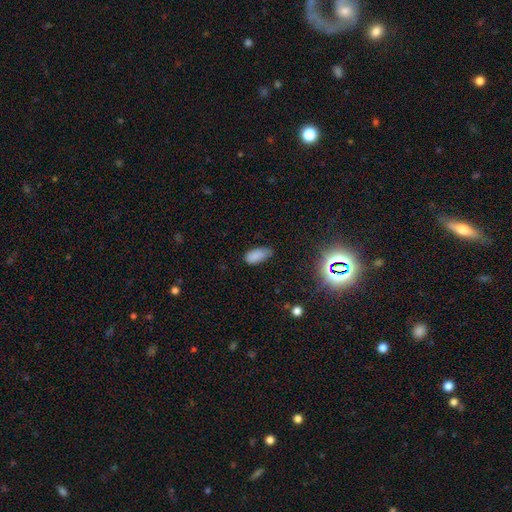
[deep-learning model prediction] Smooth or featured? Predicted: smooth (p=0.81). How rounded? Predicted: in between (p=0.91). Merging? Predicted: none (p=0.56).